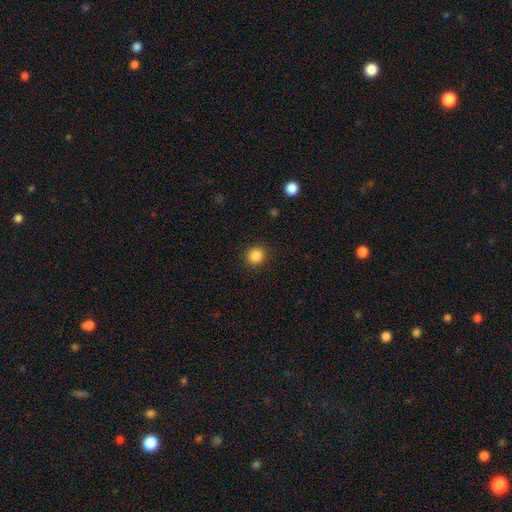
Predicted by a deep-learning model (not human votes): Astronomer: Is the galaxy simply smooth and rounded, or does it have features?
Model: smooth — 86%.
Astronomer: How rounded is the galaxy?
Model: round — 90%.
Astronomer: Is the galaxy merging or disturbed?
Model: none — 91%.